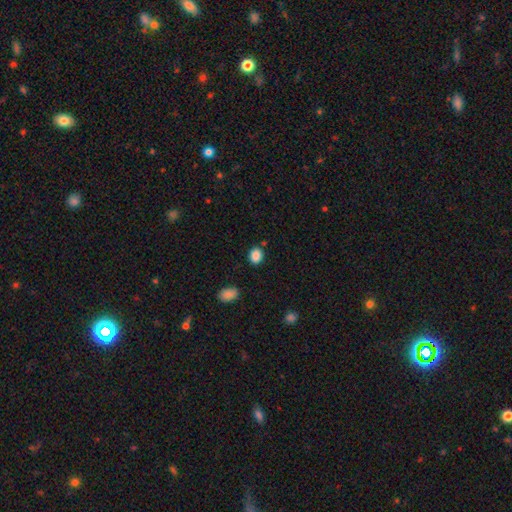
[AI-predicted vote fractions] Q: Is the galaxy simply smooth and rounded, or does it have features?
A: smooth — 87%.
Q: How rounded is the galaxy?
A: round — 53%.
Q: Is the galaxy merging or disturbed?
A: none — 84%.